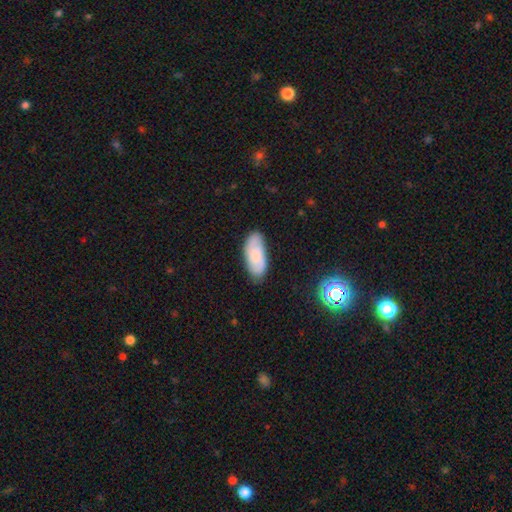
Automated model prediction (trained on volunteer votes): Morphology: type=smooth (56%); roundness=in between (88%); merging=none (79%).